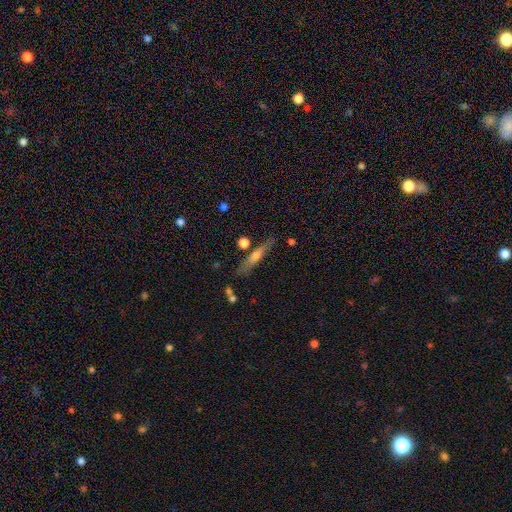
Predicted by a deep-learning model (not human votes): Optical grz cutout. It shows a smooth galaxy with no disk features (48%). Merging: none (77%).